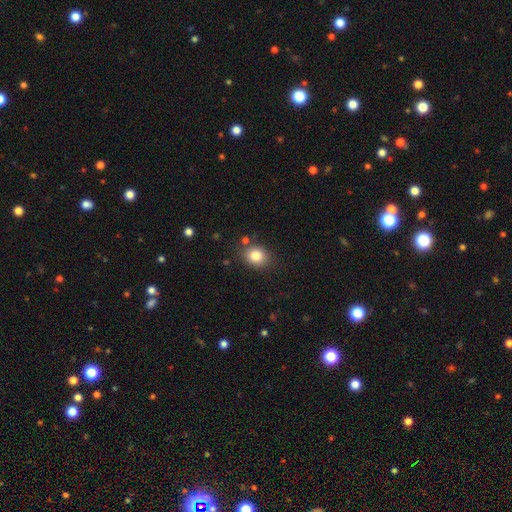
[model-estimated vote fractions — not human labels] Smooth or featured?
  - smooth: 82% *
  - star or artifact: 11%
  - featured or disk: 7%
How rounded?
  - round: 59% *
  - in between: 41%
  - cigar-shaped: 1%
Merging?
  - none: 80% *
  - minor disturbance: 12%
  - merger: 5%
  - major disturbance: 3%